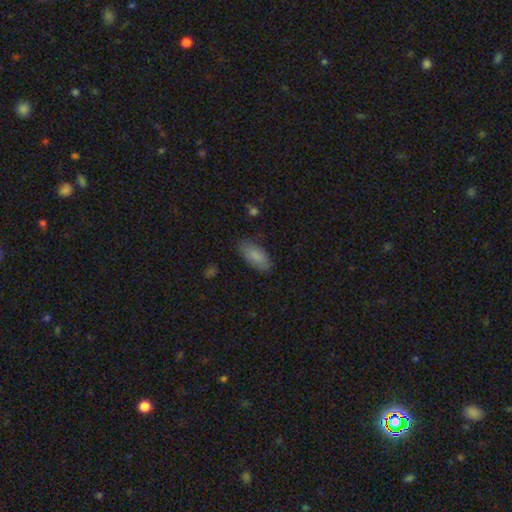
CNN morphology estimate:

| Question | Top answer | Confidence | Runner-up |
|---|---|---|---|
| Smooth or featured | smooth | 85% | featured or disk (8%) |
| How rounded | in between | 86% | cigar-shaped (12%) |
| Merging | none | 81% | minor disturbance (14%) |